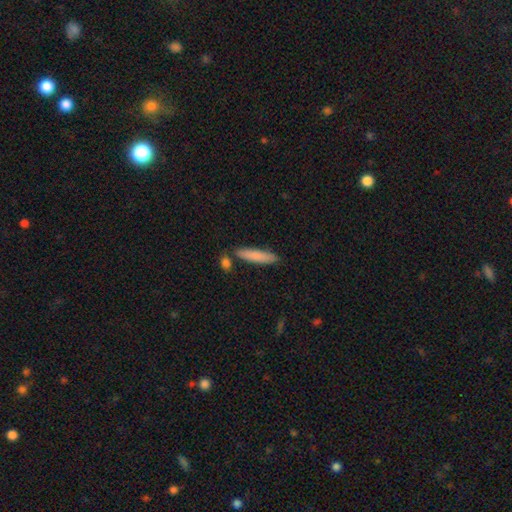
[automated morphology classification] This is clearly a smooth galaxy (83%). How rounded: clearly cigar-shaped (83%). Merging: clearly none (82%).